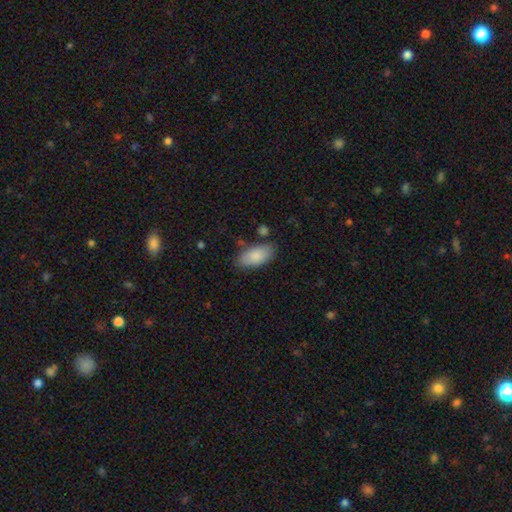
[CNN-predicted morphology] Q: Smooth or featured?
A: smooth (85%); runner-up: featured or disk (9%)
Q: How rounded?
A: in between (92%); runner-up: cigar-shaped (6%)
Q: Merging?
A: none (76%); runner-up: minor disturbance (16%)